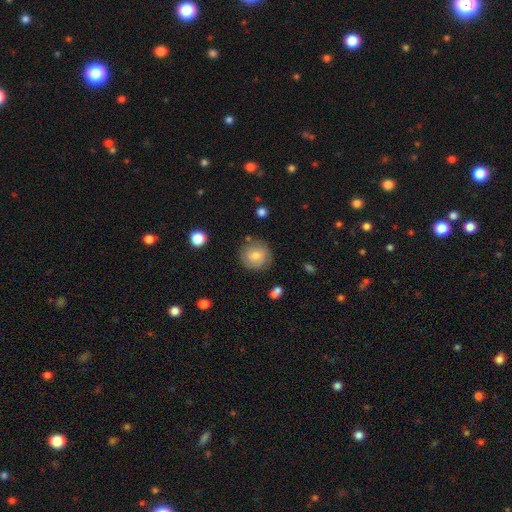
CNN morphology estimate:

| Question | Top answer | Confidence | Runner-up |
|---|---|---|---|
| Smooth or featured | smooth | 63% | featured or disk (28%) |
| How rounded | round | 90% | in between (9%) |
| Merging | none | 81% | minor disturbance (12%) |